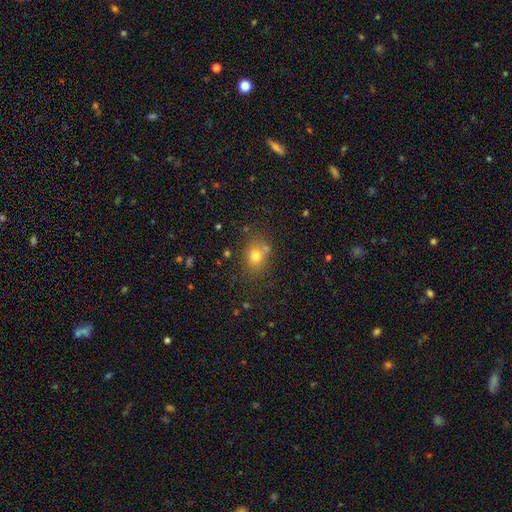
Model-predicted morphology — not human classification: Overall: smooth (73%). How rounded: round (56%; in between 43%). Merging: none (71%).